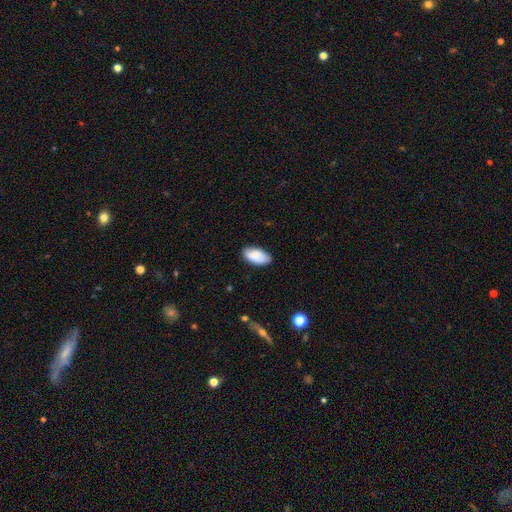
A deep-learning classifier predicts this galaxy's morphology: The model was most divided on "merging": none: 80%, minor disturbance: 16%, major disturbance: 3%, merger: 1%. More confident: how rounded — in between (95%); smooth or featured — smooth (83%).